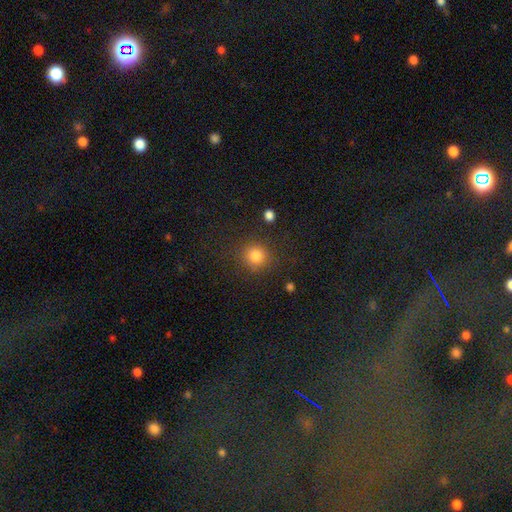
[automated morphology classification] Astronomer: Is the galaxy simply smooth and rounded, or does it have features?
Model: smooth — 83%.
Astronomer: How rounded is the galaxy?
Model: round — 90%.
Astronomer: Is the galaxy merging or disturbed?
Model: none — 86%.